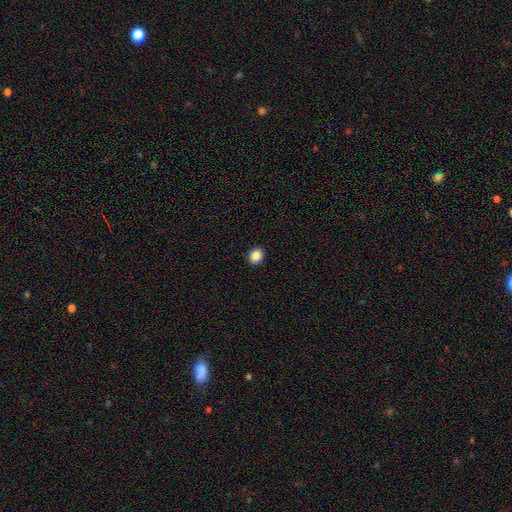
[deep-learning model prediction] Q: Smooth or featured?
A: smooth (86%); runner-up: star or artifact (10%)
Q: How rounded?
A: round (80%); runner-up: in between (19%)
Q: Merging?
A: none (93%); runner-up: minor disturbance (5%)